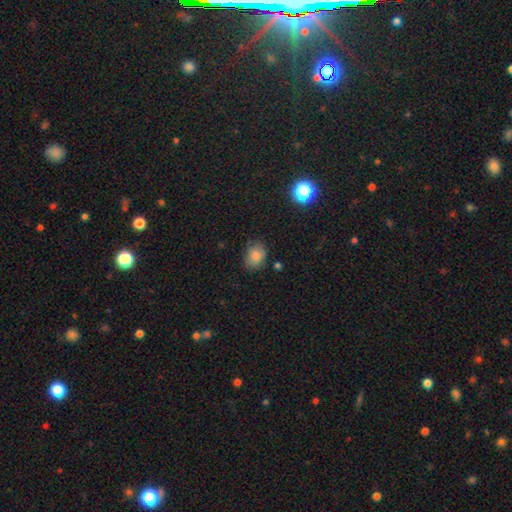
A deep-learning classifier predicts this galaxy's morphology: Smooth or featured? Predicted: smooth (p=0.82). How rounded? Predicted: in between (p=0.68). Merging? Predicted: none (p=0.76).